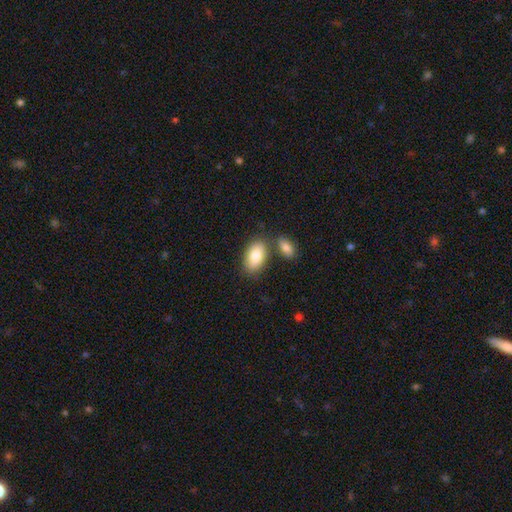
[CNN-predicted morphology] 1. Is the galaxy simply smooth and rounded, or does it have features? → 84% smooth, 10% featured or disk, 6% star or artifact.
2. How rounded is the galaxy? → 94% in between, 4% round, 2% cigar-shaped.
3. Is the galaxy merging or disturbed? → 66% none, 19% merger, 12% minor disturbance, 3% major disturbance.